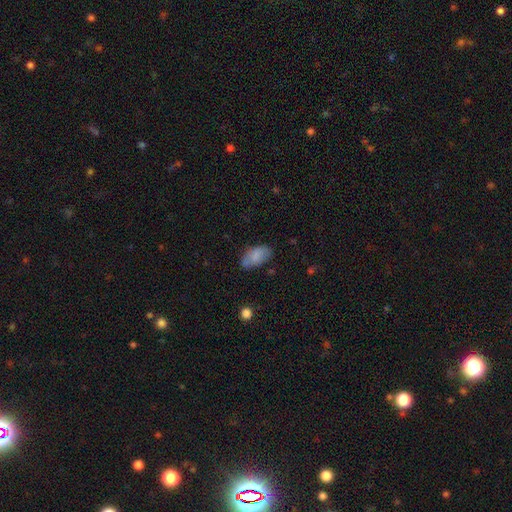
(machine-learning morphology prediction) Q: Smooth or featured?
A: smooth (79%); runner-up: featured or disk (13%)
Q: How rounded?
A: in between (94%); runner-up: round (4%)
Q: Merging?
A: none (67%); runner-up: minor disturbance (25%)